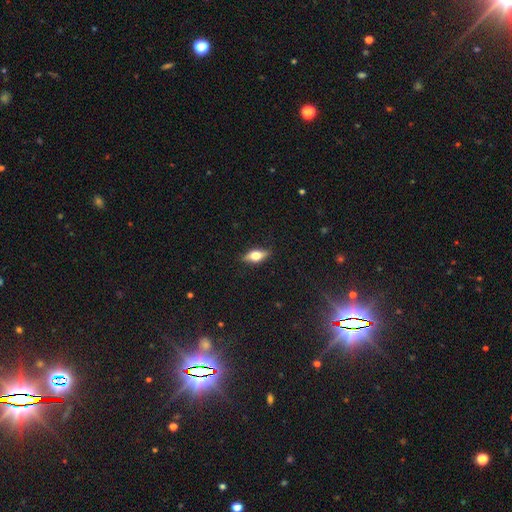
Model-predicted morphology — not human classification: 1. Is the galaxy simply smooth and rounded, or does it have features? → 57% smooth, 36% featured or disk, 8% star or artifact.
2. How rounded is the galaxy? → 75% in between, 19% cigar-shaped, 5% round.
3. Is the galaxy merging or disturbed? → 86% none, 10% minor disturbance, 2% major disturbance, 1% merger.